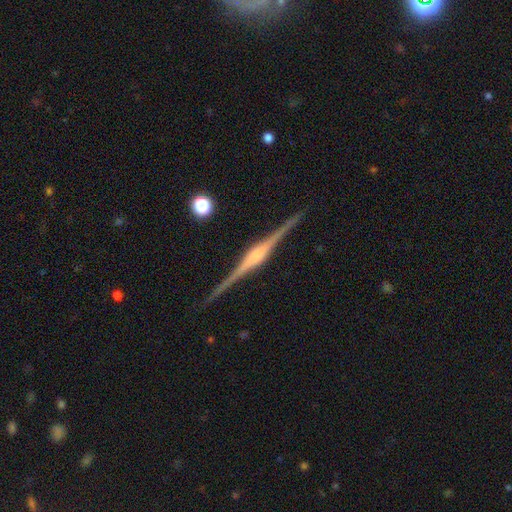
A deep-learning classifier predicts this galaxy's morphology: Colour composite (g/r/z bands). It shows a featured or disk galaxy (90%) viewed edge-on (99%) with a rounded central bulge (73%). Merging: none (90%).